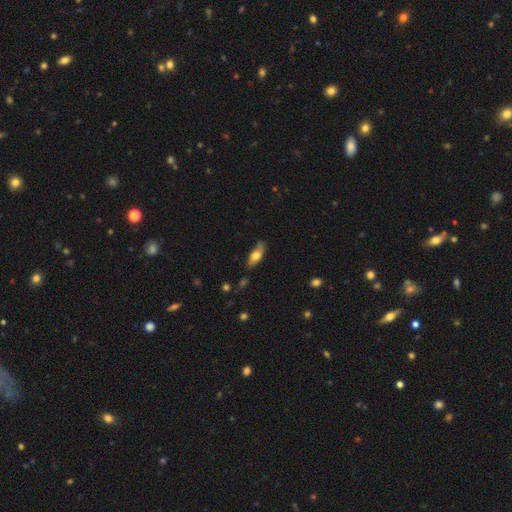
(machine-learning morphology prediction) The model was most divided on "smooth or featured": smooth: 65%, featured or disk: 29%, star or artifact: 7%. More confident: how rounded — in between (68%); merging — none (67%).